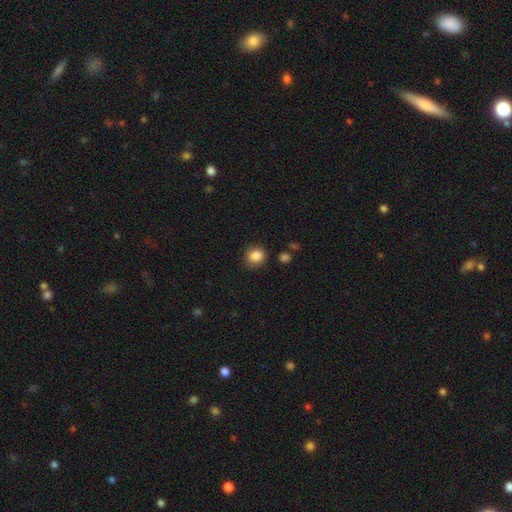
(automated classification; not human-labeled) This appears to be a smooth galaxy with no disk features (86%) that is round (75%). Merging: none (83%).